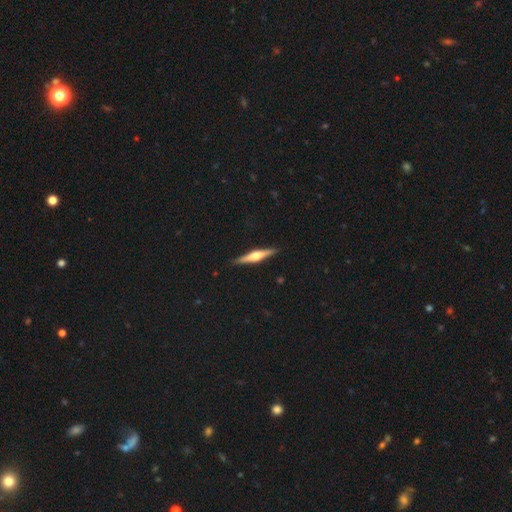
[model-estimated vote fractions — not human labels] Q: Smooth or featured?
A: featured or disk (72%); runner-up: smooth (24%)
Q: Edge-on disk?
A: yes (98%); runner-up: no (2%)
Q: Edge-on bulge?
A: rounded (92%); runner-up: boxy (5%)
Q: Merging?
A: none (91%); runner-up: minor disturbance (7%)